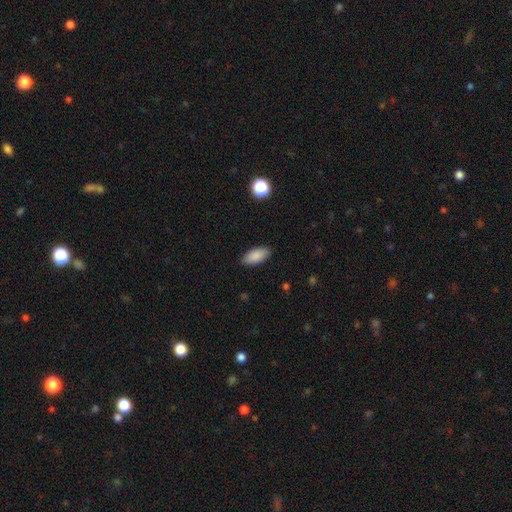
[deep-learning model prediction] Morphology: type=smooth (88%); roundness=in between (88%); merging=none (88%).